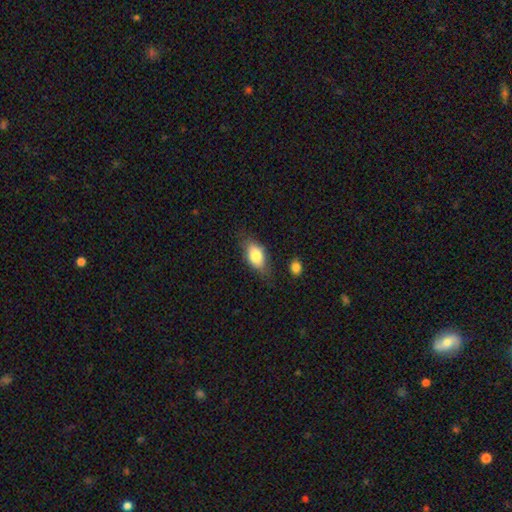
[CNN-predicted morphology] Q: Smooth or featured?
A: smooth (77%); runner-up: featured or disk (16%)
Q: How rounded?
A: in between (85%); runner-up: cigar-shaped (8%)
Q: Merging?
A: none (71%); runner-up: minor disturbance (21%)